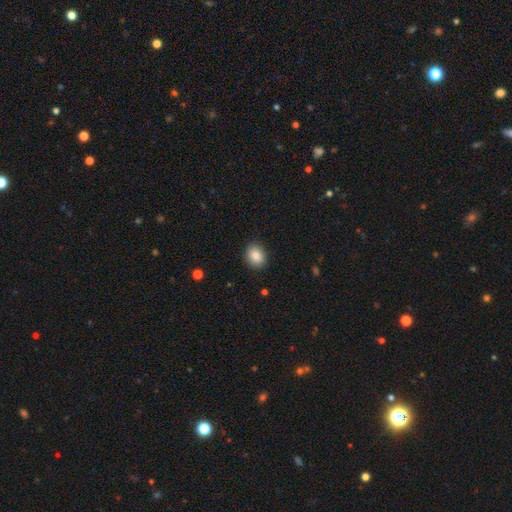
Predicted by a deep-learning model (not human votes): The model was most divided on "how rounded": round: 51%, in between: 48%, cigar-shaped: 1%. More confident: merging — none (88%); smooth or featured — smooth (86%).